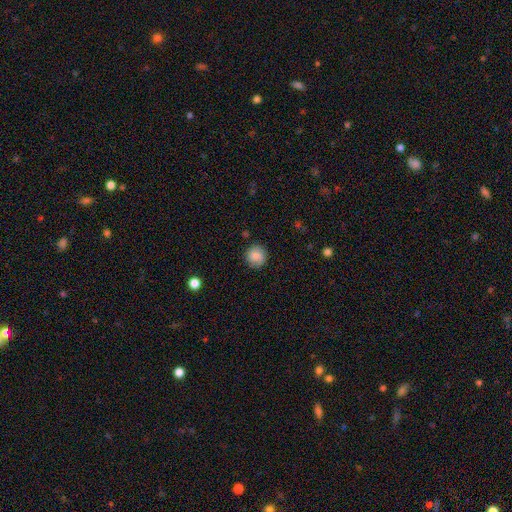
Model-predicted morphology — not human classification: Smooth or featured: smooth — 85% (star or artifact — 8%)
How rounded: round — 91% (in between — 8%)
Merging: none — 84% (minor disturbance — 11%)